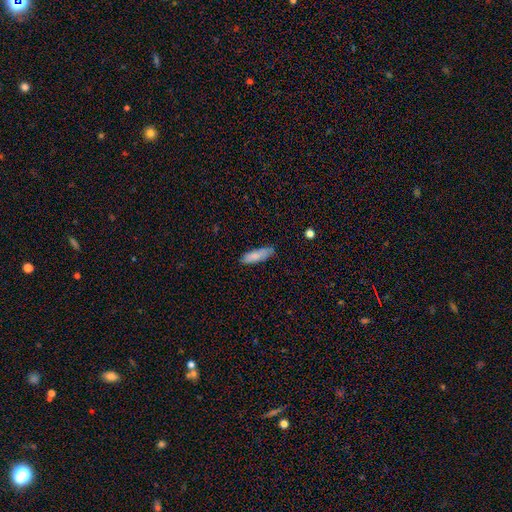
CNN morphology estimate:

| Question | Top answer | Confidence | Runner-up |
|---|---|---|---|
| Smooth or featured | smooth | 84% | featured or disk (9%) |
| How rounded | cigar-shaped | 56% | in between (42%) |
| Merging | none | 78% | minor disturbance (18%) |